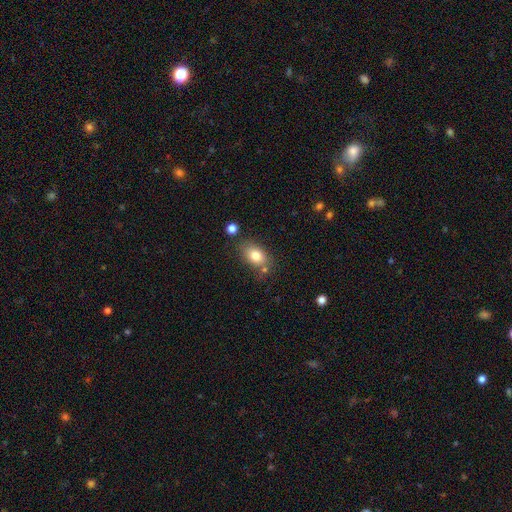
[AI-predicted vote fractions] A smooth galaxy with no disk features (80%) that is in between round and cigar-shaped (83%). Merging: none (69%).